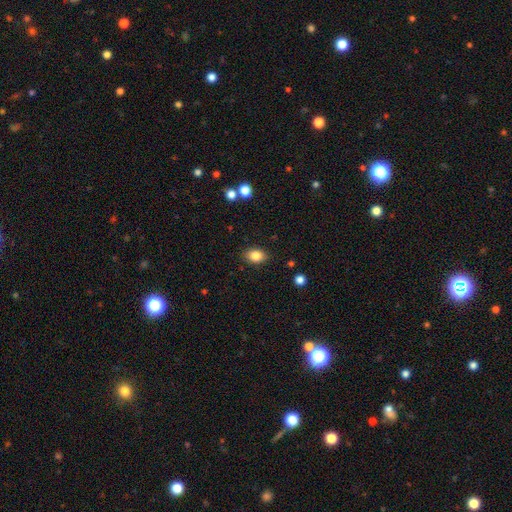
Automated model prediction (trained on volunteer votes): Smooth or featured?
  - smooth: 84% *
  - star or artifact: 9%
  - featured or disk: 7%
How rounded?
  - in between: 80% *
  - round: 18%
  - cigar-shaped: 1%
Merging?
  - none: 86% *
  - minor disturbance: 10%
  - major disturbance: 2%
  - merger: 2%